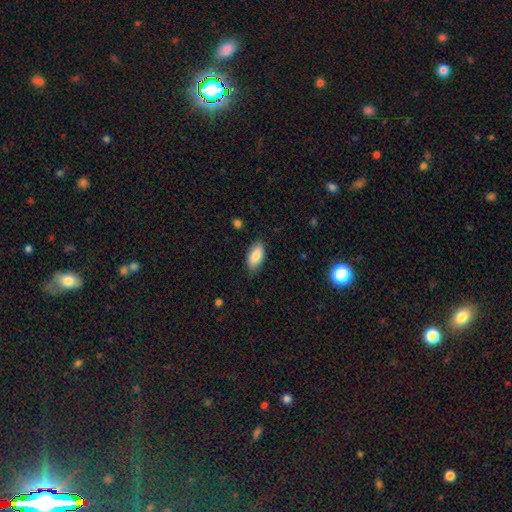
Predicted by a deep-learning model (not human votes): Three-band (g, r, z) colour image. It shows a smooth galaxy with no disk features (85%) that is in between round and cigar-shaped (90%). Merging: none (80%).